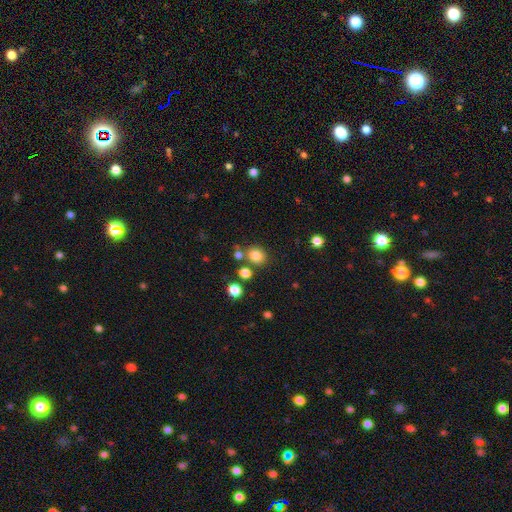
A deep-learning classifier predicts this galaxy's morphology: smooth 82%, star or artifact 13%, featured or disk 6%. Down the decision tree: how rounded — round (73%); merging — none (74%).